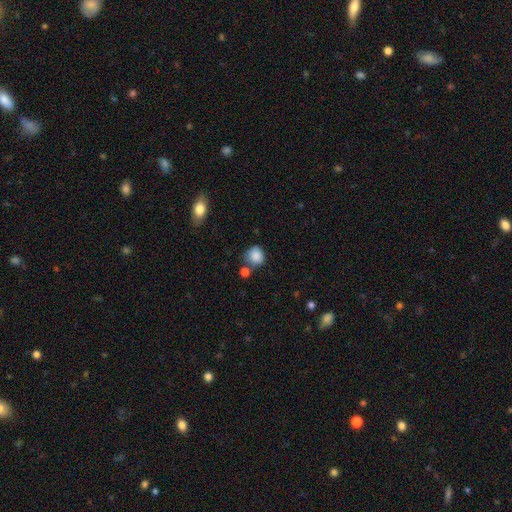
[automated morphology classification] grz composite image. It shows a smooth galaxy with no disk features (86%) that is round (80%). Merging: none (61%).